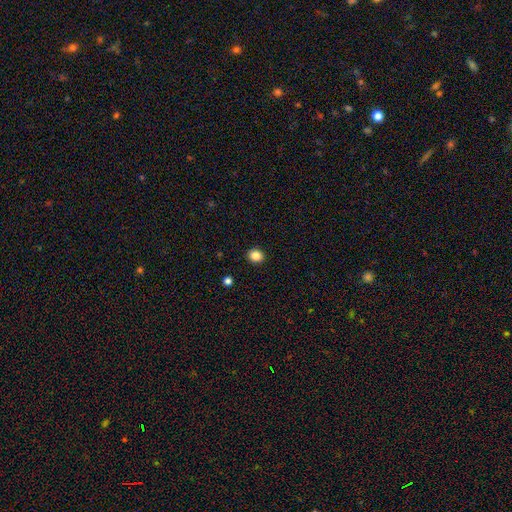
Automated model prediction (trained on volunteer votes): Smooth or featured? Predicted: smooth (p=0.86). How rounded? Predicted: round (p=0.71). Merging? Predicted: none (p=0.92).